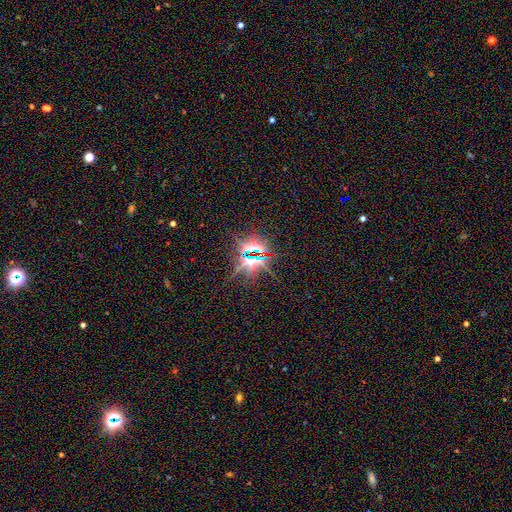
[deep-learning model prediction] Morphology: type=star or artifact (75%).